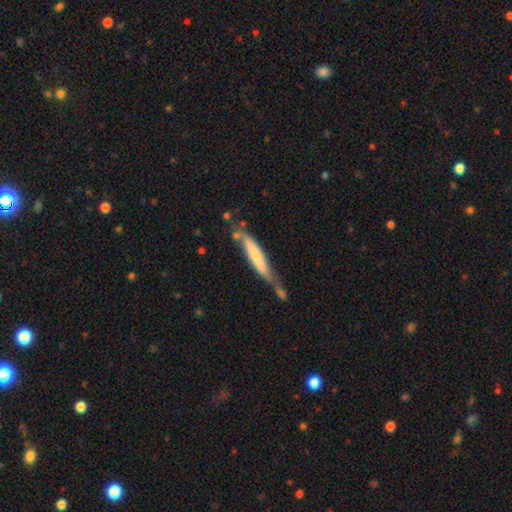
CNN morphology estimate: Smooth or featured? Predicted: smooth (p=0.59). How rounded? Predicted: cigar-shaped (p=0.89). Merging? Predicted: none (p=0.38).